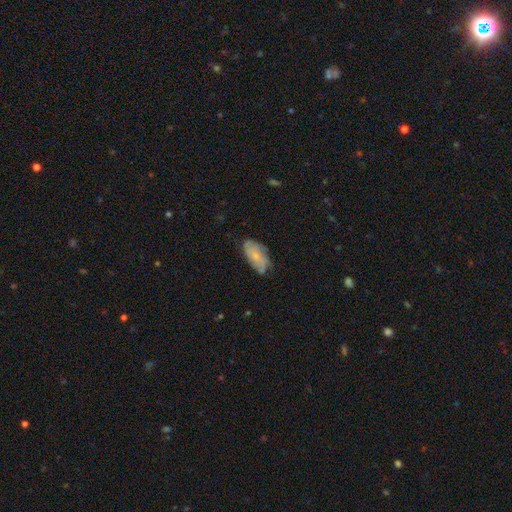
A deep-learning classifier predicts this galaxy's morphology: A featured or disk galaxy (50%). Merging: none (65%).